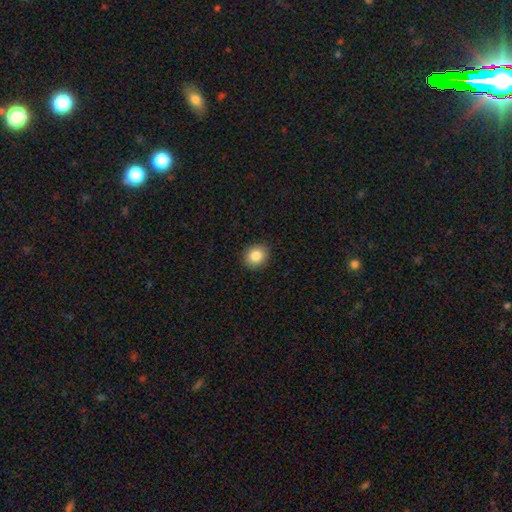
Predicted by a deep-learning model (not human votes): Overall: smooth (85%). How rounded: round (80%). Merging: none (91%).